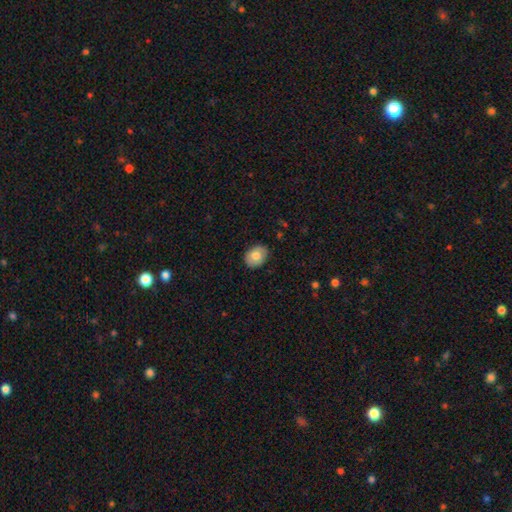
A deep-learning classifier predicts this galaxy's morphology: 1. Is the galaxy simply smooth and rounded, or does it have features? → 77% smooth, 16% featured or disk, 7% star or artifact.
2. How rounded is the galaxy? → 66% in between, 33% round, 1% cigar-shaped.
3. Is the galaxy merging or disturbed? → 86% none, 11% minor disturbance, 2% major disturbance, 1% merger.